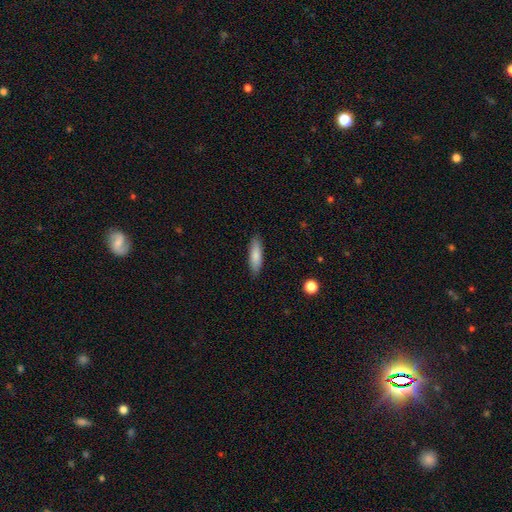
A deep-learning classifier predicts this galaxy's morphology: This appears to be a smooth galaxy with no disk features (83%) that is cigar-shaped (59%). Merging: none (88%).